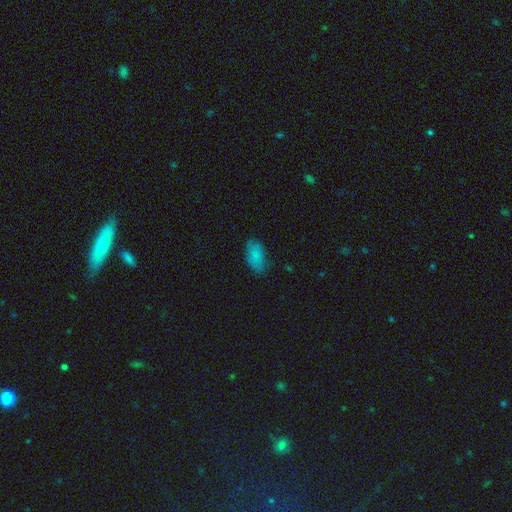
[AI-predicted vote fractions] smooth_or_featured: smooth (p=0.83) [alt: star or artifact p=0.09]
how_rounded: in between (p=0.92) [alt: cigar-shaped p=0.04]
merging: none (p=0.74) [alt: minor disturbance p=0.20]